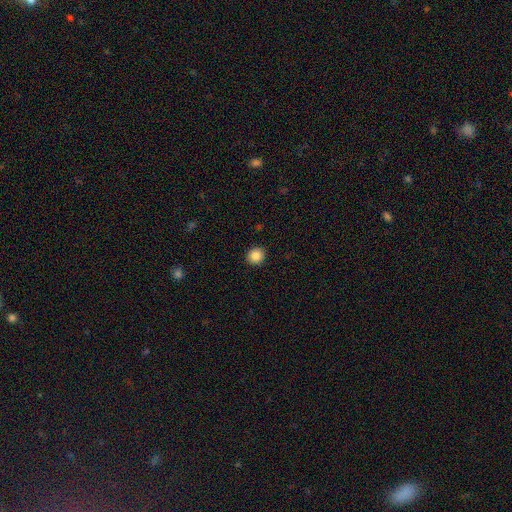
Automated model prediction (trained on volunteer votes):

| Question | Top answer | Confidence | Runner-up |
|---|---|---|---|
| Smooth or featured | smooth | 86% | star or artifact (10%) |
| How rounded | round | 84% | in between (15%) |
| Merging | none | 92% | minor disturbance (6%) |